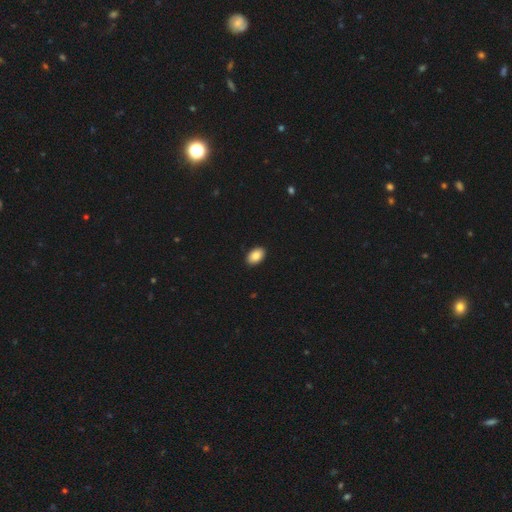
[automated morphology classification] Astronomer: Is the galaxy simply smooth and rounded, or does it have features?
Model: smooth — 88%.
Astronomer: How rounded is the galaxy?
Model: in between — 91%.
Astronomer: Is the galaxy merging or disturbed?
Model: none — 91%.